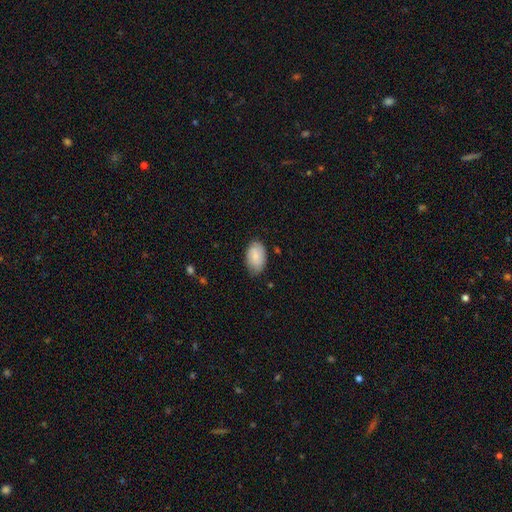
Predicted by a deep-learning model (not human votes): Smooth or featured? Predicted: smooth (p=0.79). How rounded? Predicted: in between (p=0.92). Merging? Predicted: none (p=0.77).